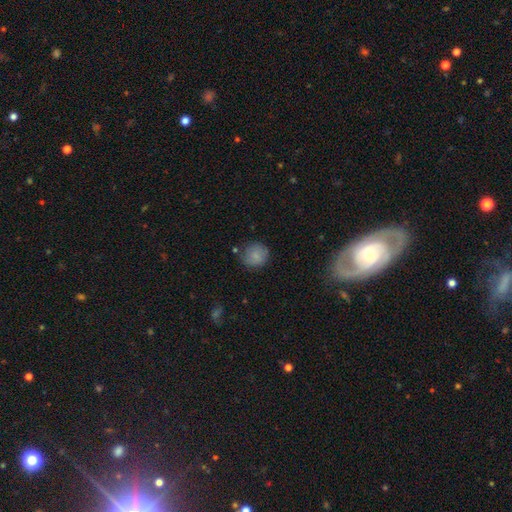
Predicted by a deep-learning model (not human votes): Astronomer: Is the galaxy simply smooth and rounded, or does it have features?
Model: smooth — 82%.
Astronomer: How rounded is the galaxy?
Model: round — 87%.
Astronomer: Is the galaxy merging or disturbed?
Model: none — 77%.